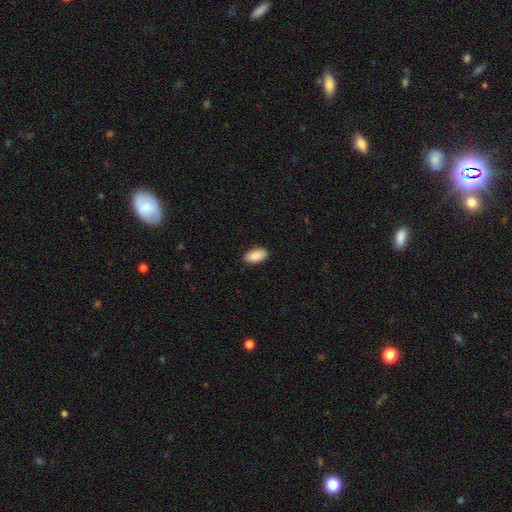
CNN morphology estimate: smooth_or_featured: smooth (p=0.90) [alt: star or artifact p=0.06]
how_rounded: in between (p=0.94) [alt: cigar-shaped p=0.03]
merging: none (p=0.87) [alt: minor disturbance p=0.10]